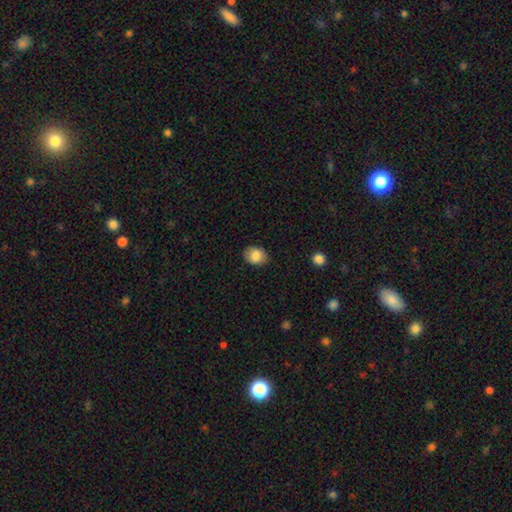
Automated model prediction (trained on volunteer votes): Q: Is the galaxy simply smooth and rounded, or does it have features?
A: smooth — 85%.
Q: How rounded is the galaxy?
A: in between — 64%.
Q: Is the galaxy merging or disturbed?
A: none — 82%.